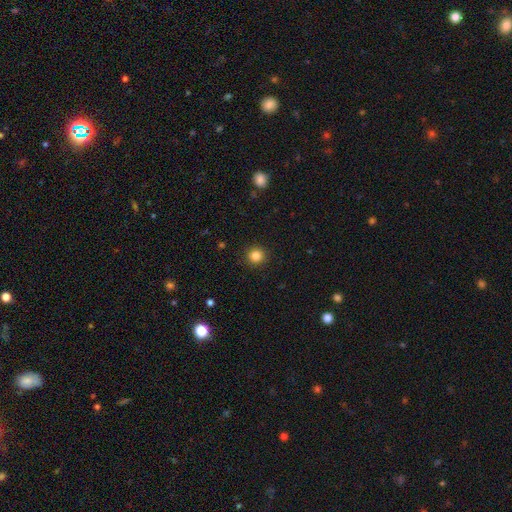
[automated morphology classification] smooth_or_featured: smooth (p=0.84) [alt: star or artifact p=0.12]
how_rounded: round (p=0.93) [alt: in between p=0.06]
merging: none (p=0.92) [alt: minor disturbance p=0.05]